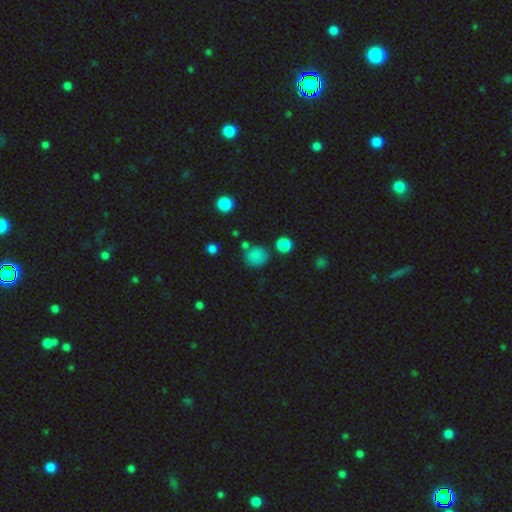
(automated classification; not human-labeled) Morphology: type=smooth (79%); roundness=round (78%); merging=none (69%).